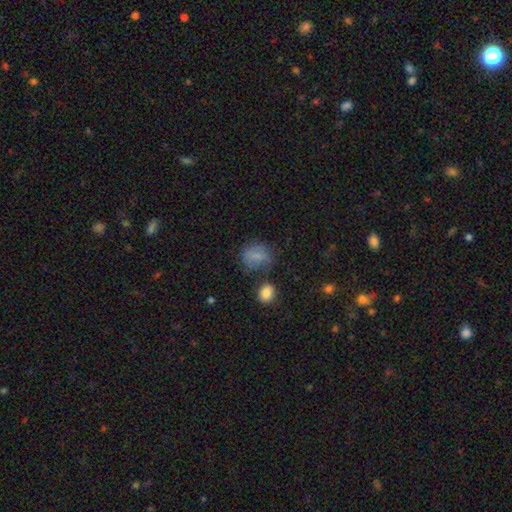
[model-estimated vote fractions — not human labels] smooth-or-featured: smooth: 71% | featured or disk: 17% | star or artifact: 12%
  how-rounded: round: 60% | in between: 39% | cigar-shaped: 2%
  merging: none: 55% | minor disturbance: 25% | major disturbance: 13% | merger: 7%